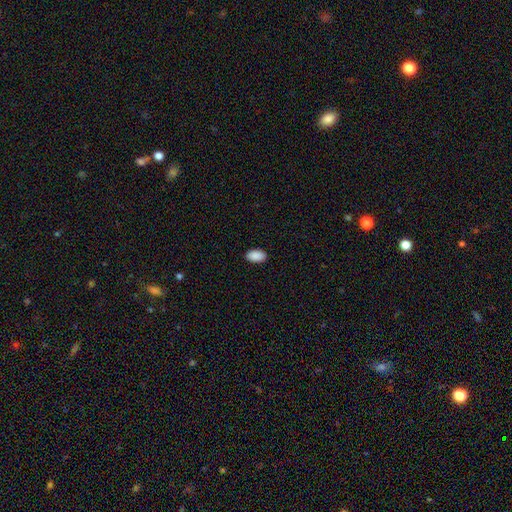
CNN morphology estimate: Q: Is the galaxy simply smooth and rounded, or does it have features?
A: smooth — 91%.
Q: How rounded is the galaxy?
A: in between — 95%.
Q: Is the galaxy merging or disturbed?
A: none — 90%.